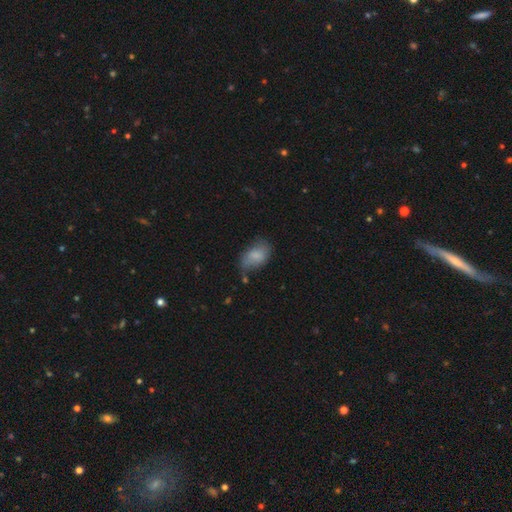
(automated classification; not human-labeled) smooth 77%, featured or disk 15%, star or artifact 8%. Down the decision tree: how rounded — in between (90%); merging — none (54%).